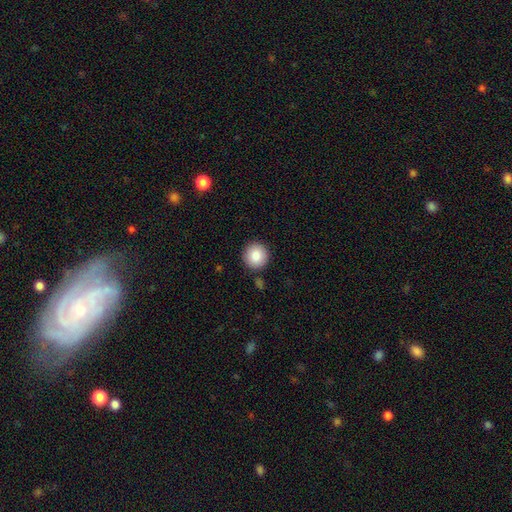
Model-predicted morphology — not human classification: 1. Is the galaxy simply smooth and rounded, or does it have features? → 85% smooth, 8% star or artifact, 7% featured or disk.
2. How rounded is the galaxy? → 95% round, 4% in between, 1% cigar-shaped.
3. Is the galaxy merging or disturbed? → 89% none, 6% minor disturbance, 2% merger, 2% major disturbance.